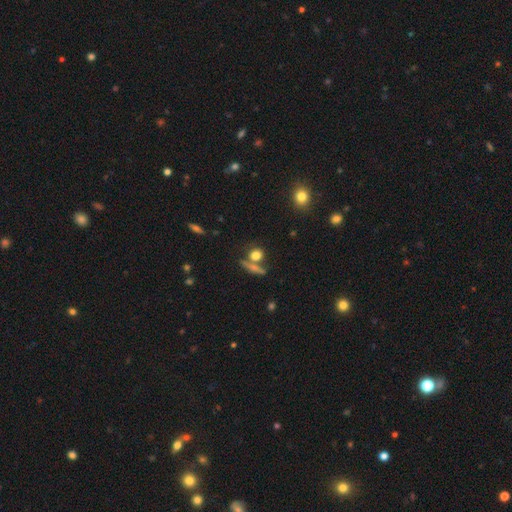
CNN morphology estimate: smooth 73%, featured or disk 15%, star or artifact 12%. Down the decision tree: how rounded — round (68%); merging — none (59%).